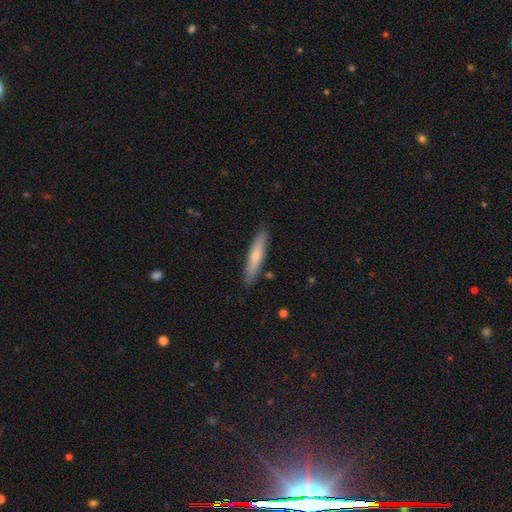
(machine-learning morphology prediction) Q: Smooth or featured?
A: smooth (62%); runner-up: featured or disk (32%)
Q: How rounded?
A: cigar-shaped (86%); runner-up: in between (12%)
Q: Merging?
A: none (87%); runner-up: minor disturbance (9%)